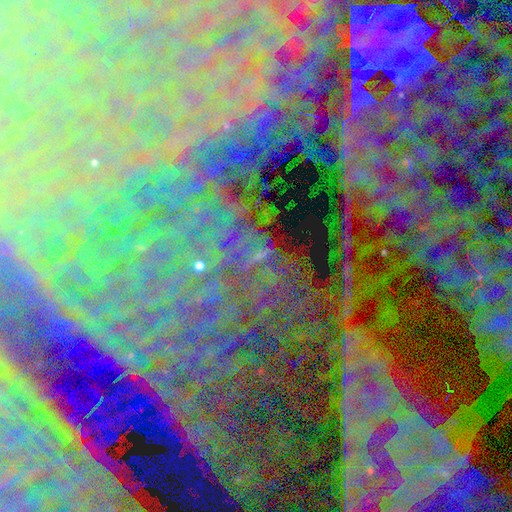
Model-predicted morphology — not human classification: A star or artifact, not a galaxy (84%).